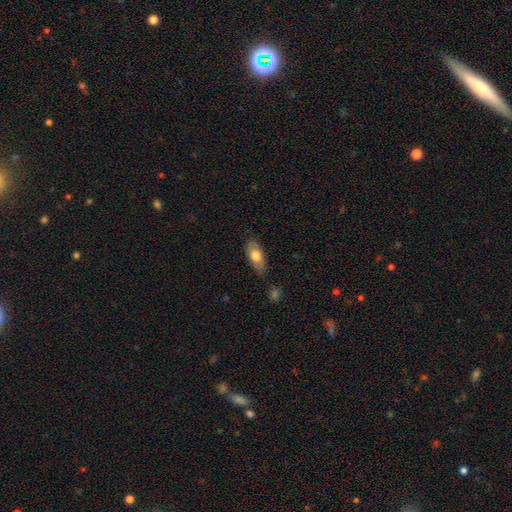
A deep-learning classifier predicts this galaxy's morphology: A smooth galaxy with no disk features (75%) that is in between round and cigar-shaped (84%).

Vote fractions:
- Smooth or featured? smooth: 75% / featured or disk: 19% / star or artifact: 7%
- How rounded? in between: 84% / cigar-shaped: 12% / round: 4%
- Merging? none: 79% / minor disturbance: 16% / major disturbance: 3% / merger: 2%